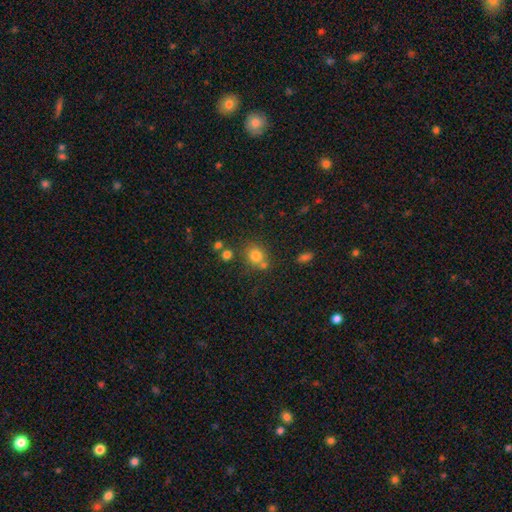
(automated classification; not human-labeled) smooth 77%, star or artifact 13%, featured or disk 9%. Down the decision tree: how rounded — round (77%); merging — none (63%).